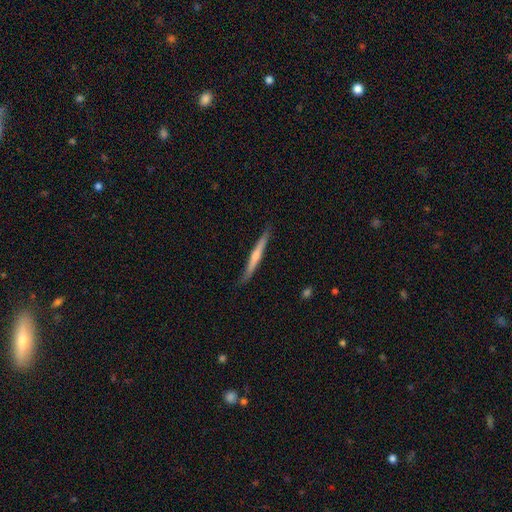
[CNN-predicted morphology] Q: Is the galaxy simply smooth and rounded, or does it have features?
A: featured or disk — 50%.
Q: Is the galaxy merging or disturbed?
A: none — 85%.